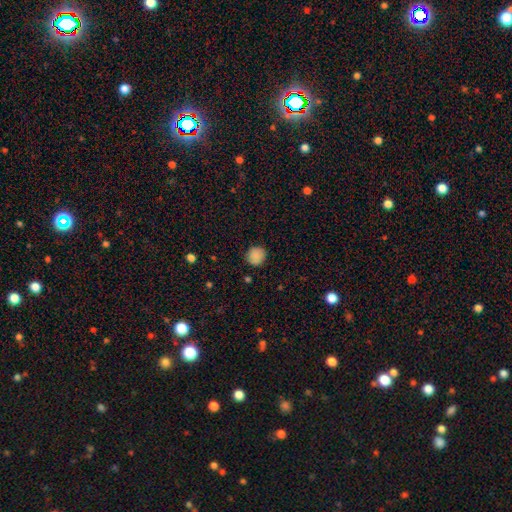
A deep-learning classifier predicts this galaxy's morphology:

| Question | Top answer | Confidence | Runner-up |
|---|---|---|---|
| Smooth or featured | smooth | 85% | star or artifact (8%) |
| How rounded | round | 88% | in between (11%) |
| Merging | none | 85% | minor disturbance (11%) |